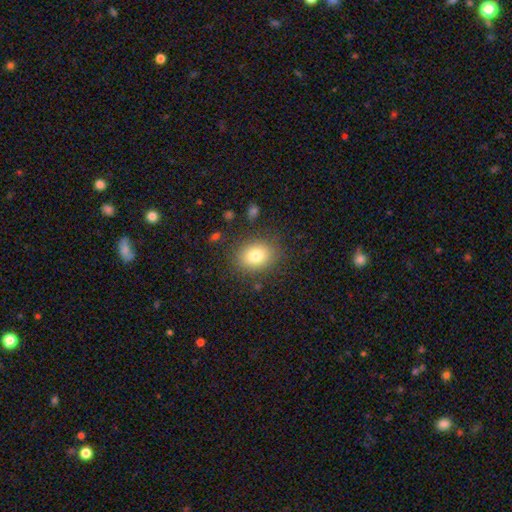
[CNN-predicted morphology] Smooth or featured? smooth (79%)
How rounded? in between (51%)
Merging? none (83%)